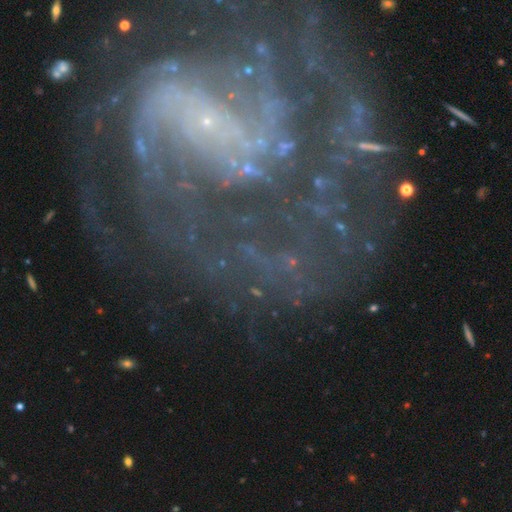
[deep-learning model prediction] Overall: featured or disk (81%). Edge-on disk: no (97%). Bar: no (50%; weak 29%). Spiral arms: yes (94%). Spiral arm count: 2 (28%; can't tell 23%). Spiral winding: tight (52%; medium 34%). Bulge size: small (75%). Merging: none (63%).